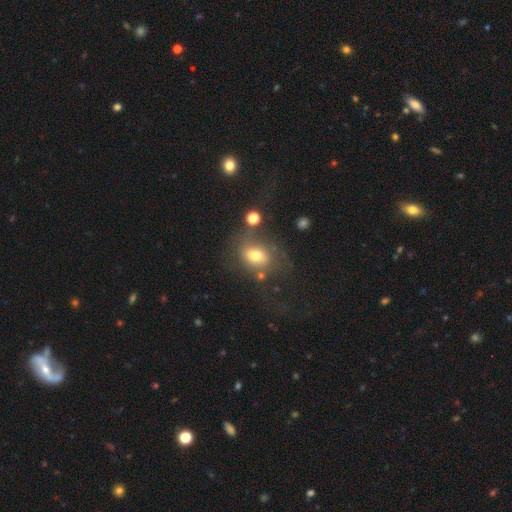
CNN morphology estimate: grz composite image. It shows a smooth galaxy with no disk features (69%) that is in between round and cigar-shaped (60%). Merging: none (52%).